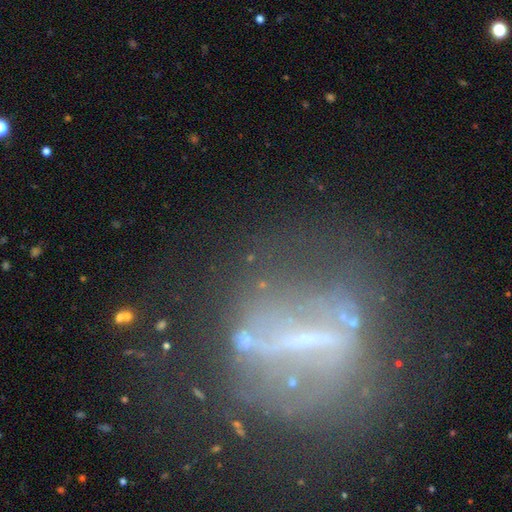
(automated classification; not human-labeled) smooth_or_featured: featured or disk (p=0.65) [alt: star or artifact p=0.18]
disk_edge_on: no (p=0.70) [alt: yes p=0.30]
merging: none (p=0.54) [alt: major disturbance p=0.22]